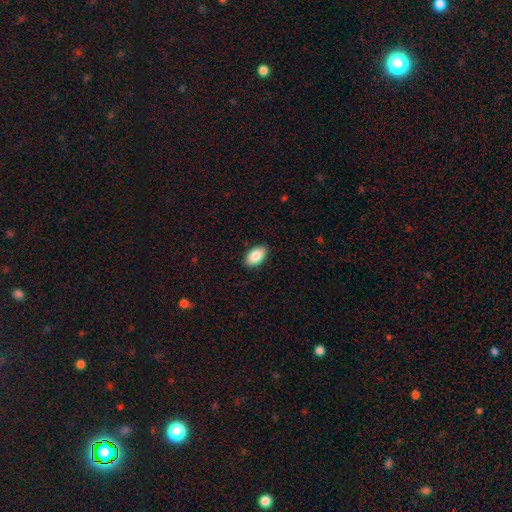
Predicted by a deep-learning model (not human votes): smooth 88%, star or artifact 7%, featured or disk 5%. Down the decision tree: how rounded — in between (94%); merging — none (89%).